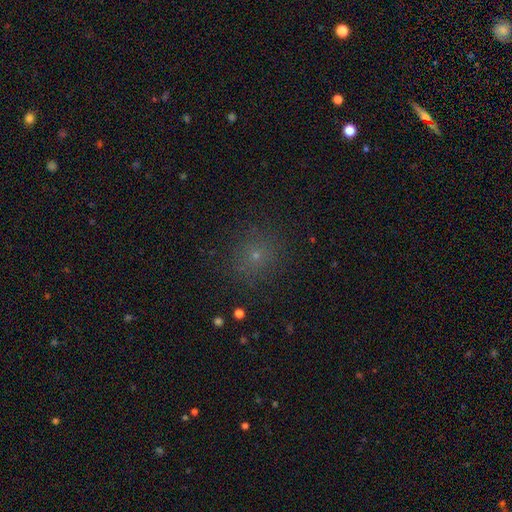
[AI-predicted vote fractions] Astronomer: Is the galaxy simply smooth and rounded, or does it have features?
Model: smooth — 62%.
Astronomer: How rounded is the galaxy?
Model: round — 88%.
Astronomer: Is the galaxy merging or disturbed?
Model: none — 87%.